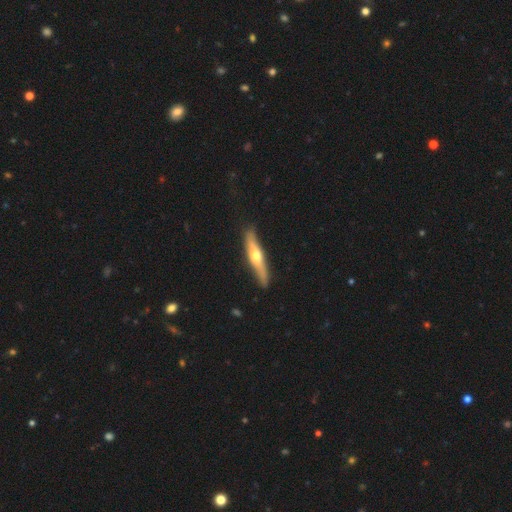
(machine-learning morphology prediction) A featured or disk galaxy (60%) viewed edge-on (92%) with a rounded central bulge (91%). Merging: none (84%).